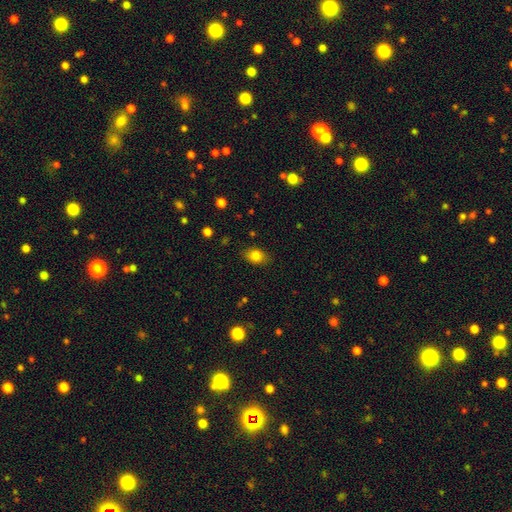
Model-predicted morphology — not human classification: Q: Smooth or featured?
A: smooth (81%); runner-up: star or artifact (10%)
Q: How rounded?
A: in between (71%); runner-up: round (27%)
Q: Merging?
A: none (84%); runner-up: minor disturbance (12%)